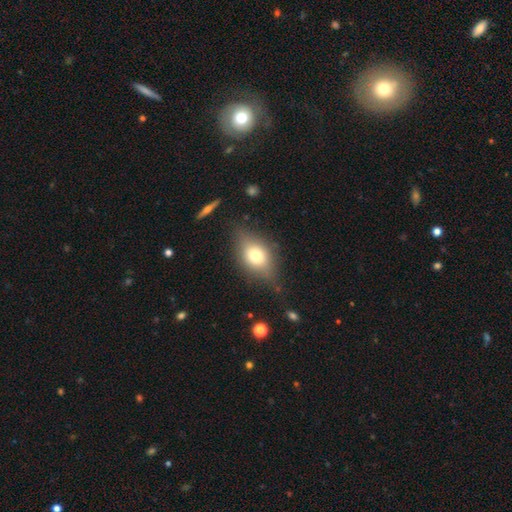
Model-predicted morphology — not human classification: smooth-or-featured: smooth: 67% | featured or disk: 23% | star or artifact: 10%
  how-rounded: in between: 74% | round: 21% | cigar-shaped: 5%
  merging: none: 71% | minor disturbance: 20% | major disturbance: 7% | merger: 2%